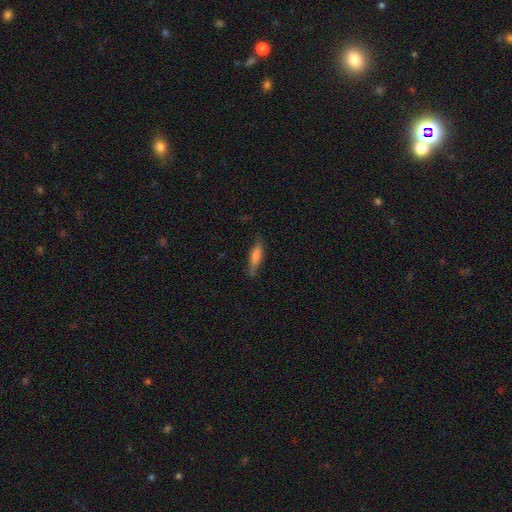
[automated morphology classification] Smooth or featured? Predicted: smooth (p=0.66). How rounded? Predicted: cigar-shaped (p=0.63). Merging? Predicted: none (p=0.72).